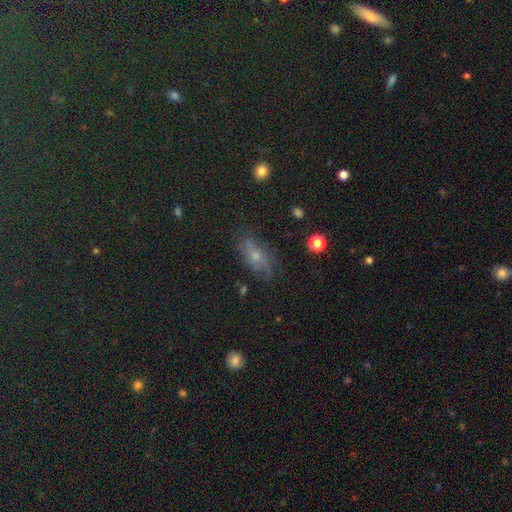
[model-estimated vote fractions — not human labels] smooth 46%, featured or disk 29%, star or artifact 24%. Down the decision tree: merging — none (64%).